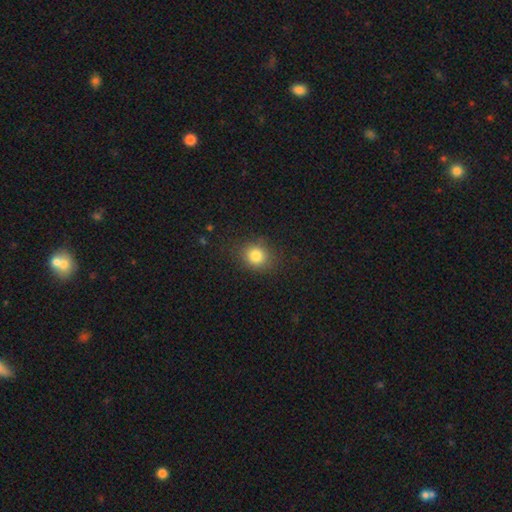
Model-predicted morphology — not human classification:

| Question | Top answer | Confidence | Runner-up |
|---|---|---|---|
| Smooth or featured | smooth | 82% | star or artifact (11%) |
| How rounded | round | 68% | in between (31%) |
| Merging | none | 83% | minor disturbance (12%) |